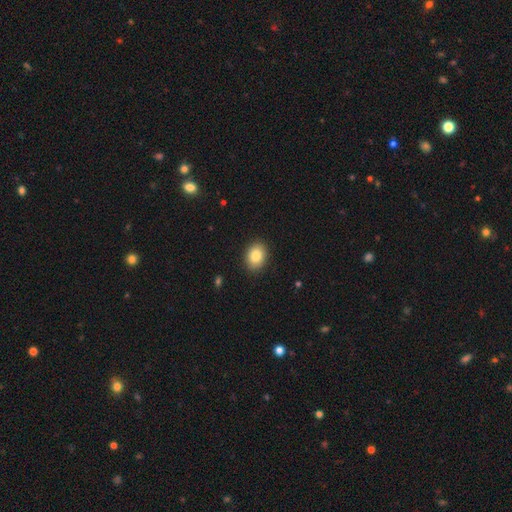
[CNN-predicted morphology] A smooth galaxy with no disk features (85%) that is in between round and cigar-shaped (71%).

Vote fractions:
- Smooth or featured? smooth: 85% / star or artifact: 8% / featured or disk: 7%
- How rounded? in between: 71% / round: 28% / cigar-shaped: 1%
- Merging? none: 89% / minor disturbance: 8% / major disturbance: 2% / merger: 1%